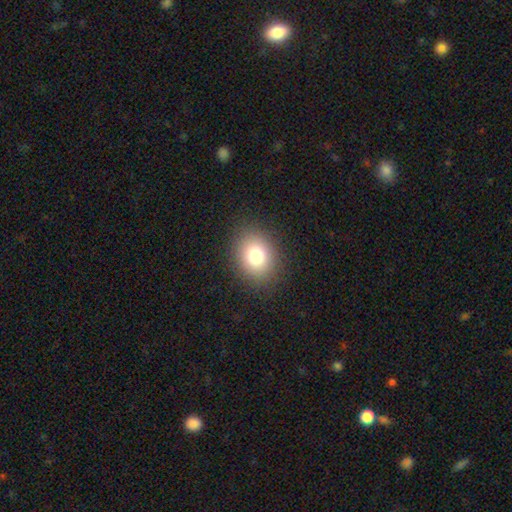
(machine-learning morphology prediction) Smooth or featured? Predicted: smooth (p=0.79). How rounded? Predicted: round (p=0.51). Merging? Predicted: none (p=0.87).